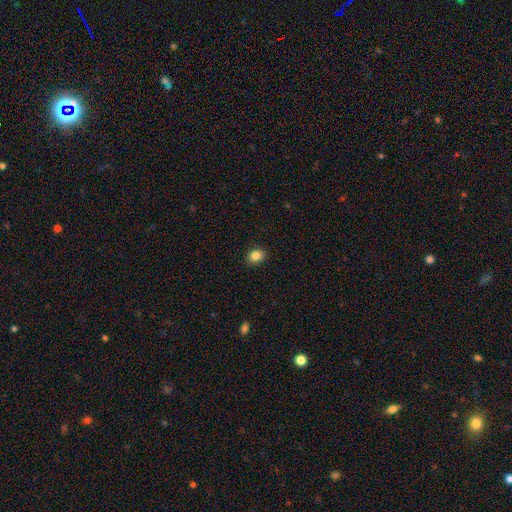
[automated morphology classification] A smooth galaxy with no disk features (85%) that is round (58%). Merging: none (90%).